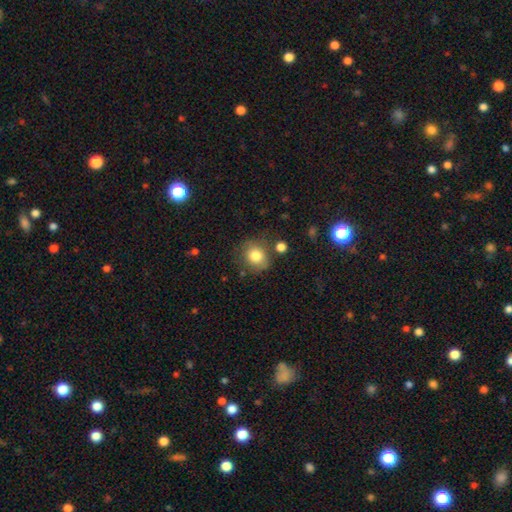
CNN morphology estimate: A smooth galaxy with no disk features (80%) that is round (79%). Merging: none (74%).